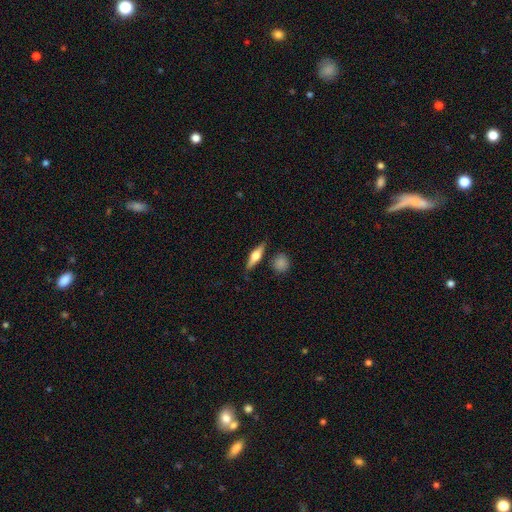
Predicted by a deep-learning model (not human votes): smooth_or_featured: featured or disk (p=0.55) [alt: smooth p=0.38]
disk_edge_on: yes (p=0.95) [alt: no p=0.05]
edge_on_bulge: rounded (p=0.91) [alt: boxy p=0.07]
merging: none (p=0.83) [alt: minor disturbance p=0.11]